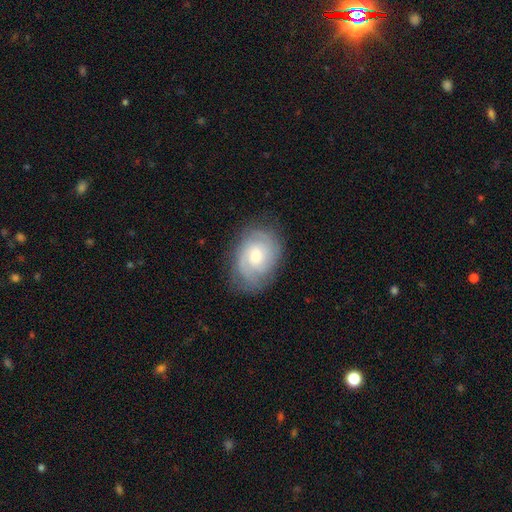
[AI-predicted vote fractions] Smooth or featured? featured or disk (72%)
Edge-on disk? no (97%)
Bar? no (60%)
Spiral arms? yes (91%)
Spiral winding? tight (61%)
Spiral arm count? 2 (37%)
Bulge size? moderate (59%)
Merging? none (74%)